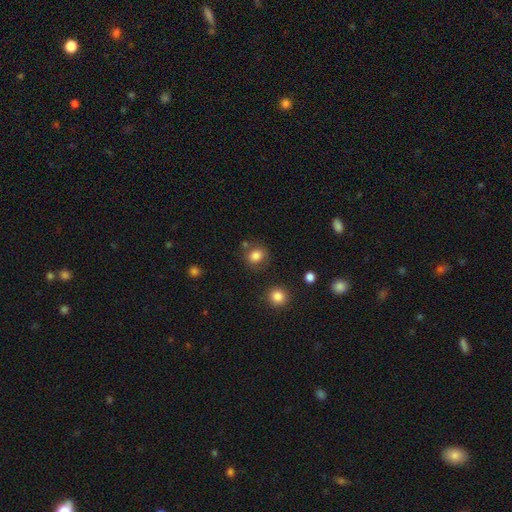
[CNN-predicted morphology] Smooth or featured: smooth — 83% (star or artifact — 11%)
How rounded: round — 71% (in between — 28%)
Merging: none — 77% (minor disturbance — 12%)